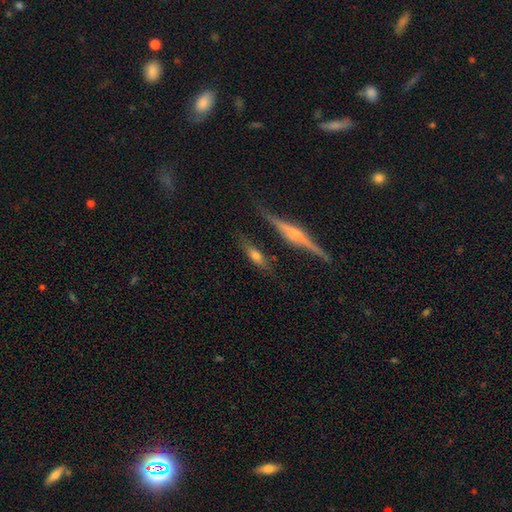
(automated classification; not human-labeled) A smooth galaxy with no disk features (47%). Merging: none (73%).